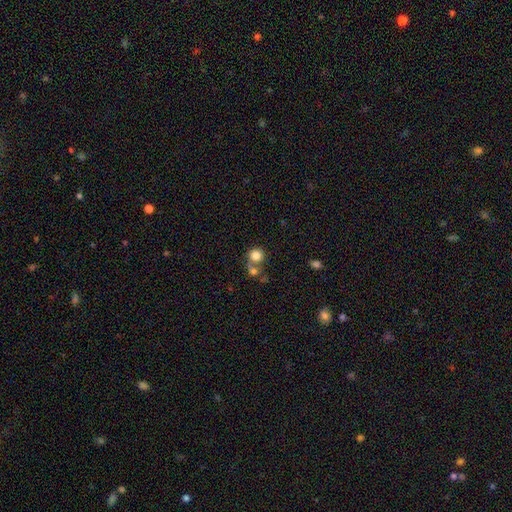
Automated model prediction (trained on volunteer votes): Q: Smooth or featured?
A: smooth (81%); runner-up: star or artifact (10%)
Q: How rounded?
A: round (87%); runner-up: in between (12%)
Q: Merging?
A: none (51%); runner-up: merger (34%)